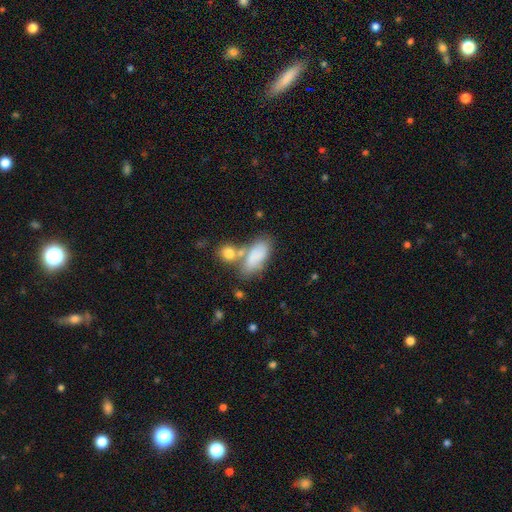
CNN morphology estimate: The model was most divided on "merging": none: 47%, merger: 27%, minor disturbance: 19%, major disturbance: 8%. More confident: how rounded — in between (88%); smooth or featured — smooth (79%).